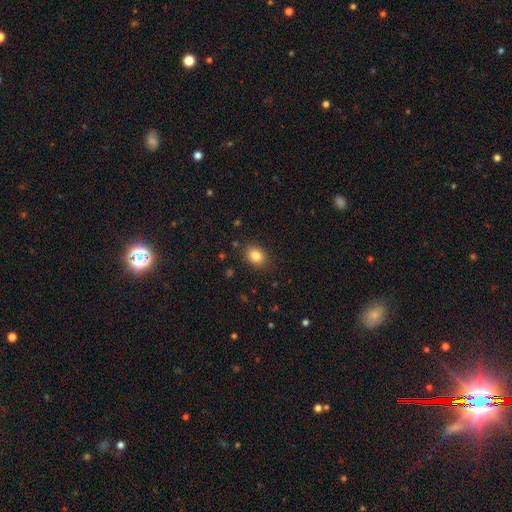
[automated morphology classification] A smooth galaxy with no disk features (83%) that is in between round and cigar-shaped (54%). Merging: none (87%).